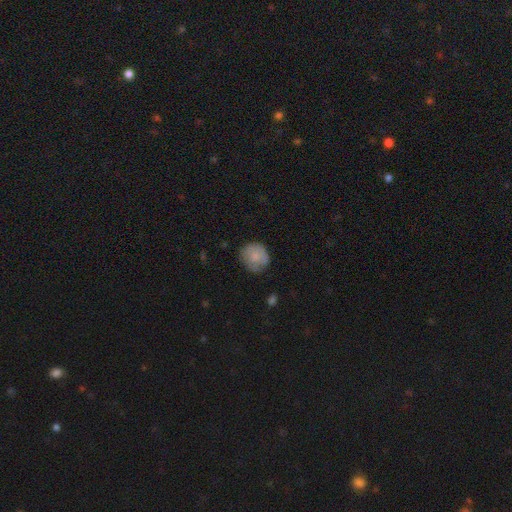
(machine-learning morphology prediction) smooth 77%, featured or disk 15%, star or artifact 7%. Down the decision tree: how rounded — round (84%); merging — none (72%).